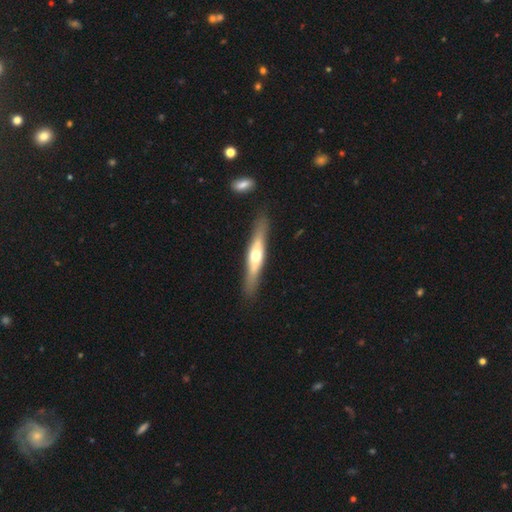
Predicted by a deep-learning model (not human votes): smooth-or-featured: featured or disk: 61% | smooth: 34% | star or artifact: 5%
  disk-edge-on: yes: 91% | no: 9%
    edge-on-bulge: rounded: 89% | boxy: 6% | none: 5%
  merging: none: 86% | minor disturbance: 10% | major disturbance: 2% | merger: 2%